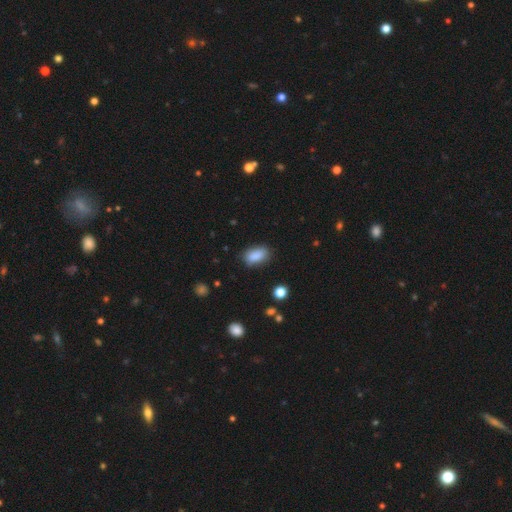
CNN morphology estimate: Overall: smooth (88%). How rounded: in between (91%). Merging: none (80%).